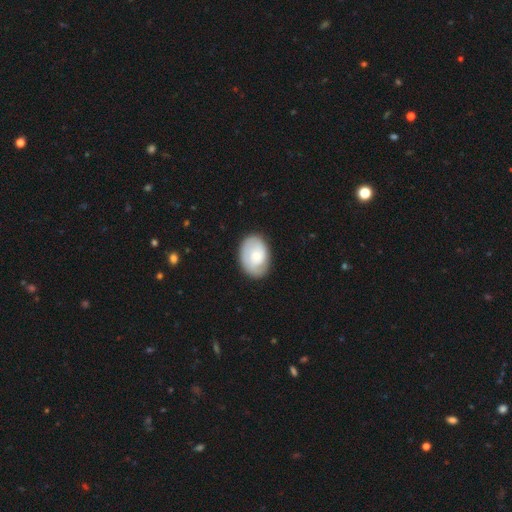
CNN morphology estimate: Smooth or featured?
  - smooth: 53% *
  - featured or disk: 41%
  - star or artifact: 6%
How rounded?
  - in between: 77% *
  - round: 22%
  - cigar-shaped: 1%
Merging?
  - none: 79% *
  - minor disturbance: 16%
  - major disturbance: 4%
  - merger: 1%